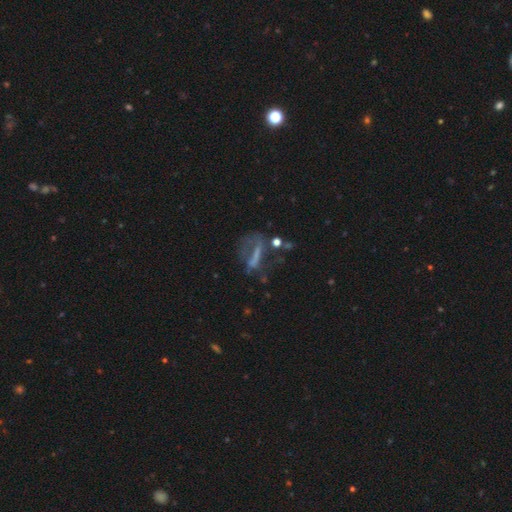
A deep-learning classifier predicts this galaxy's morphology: Overall: featured or disk (48%; smooth 33%). Merging: major disturbance (38%; none 36%).